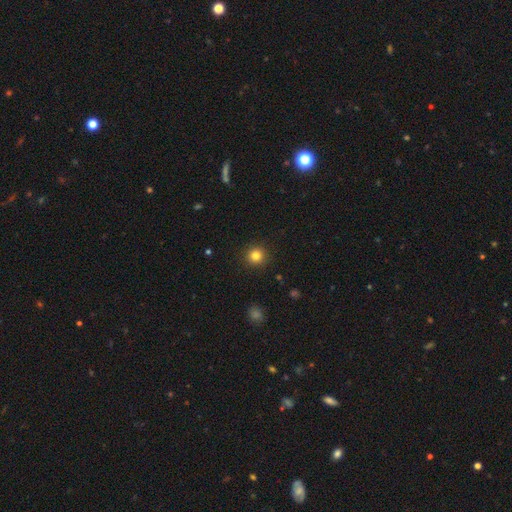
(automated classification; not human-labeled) smooth 82%, star or artifact 12%, featured or disk 5%. Down the decision tree: how rounded — round (94%); merging — none (92%).